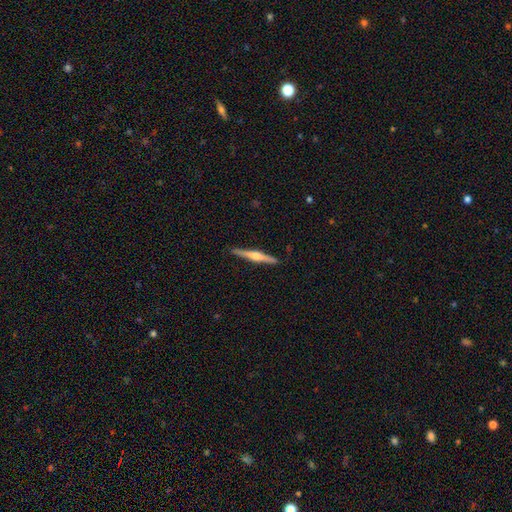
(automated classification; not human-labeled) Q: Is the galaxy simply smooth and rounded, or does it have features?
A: featured or disk — 71%.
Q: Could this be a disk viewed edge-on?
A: yes — 98%.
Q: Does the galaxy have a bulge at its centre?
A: rounded — 90%.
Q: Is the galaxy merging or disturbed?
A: none — 91%.